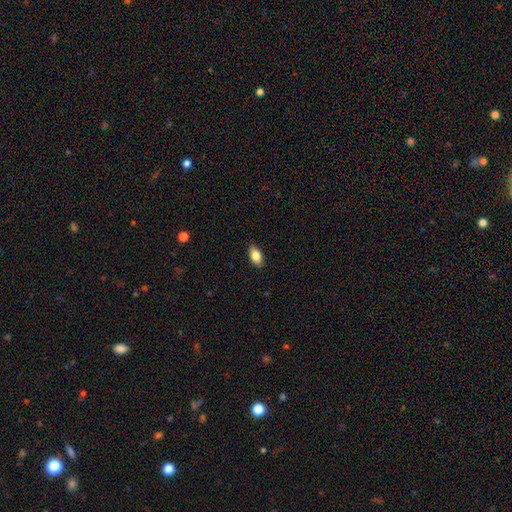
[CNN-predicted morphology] Smooth or featured: smooth — 82% (featured or disk — 11%)
How rounded: in between — 90% (round — 5%)
Merging: none — 87% (minor disturbance — 11%)